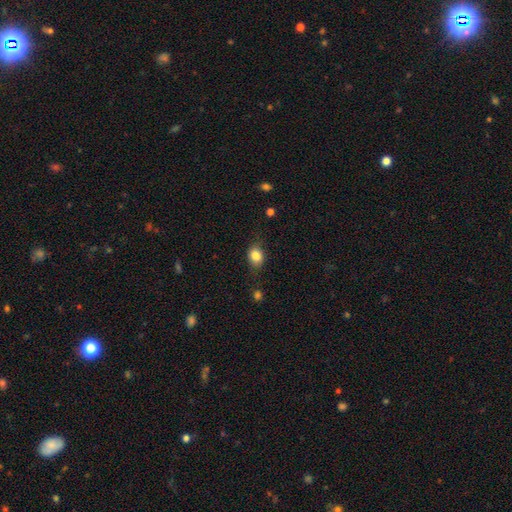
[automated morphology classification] This is clearly a smooth galaxy (83%). How rounded: possibly in between (54%). Merging: likely none (76%).